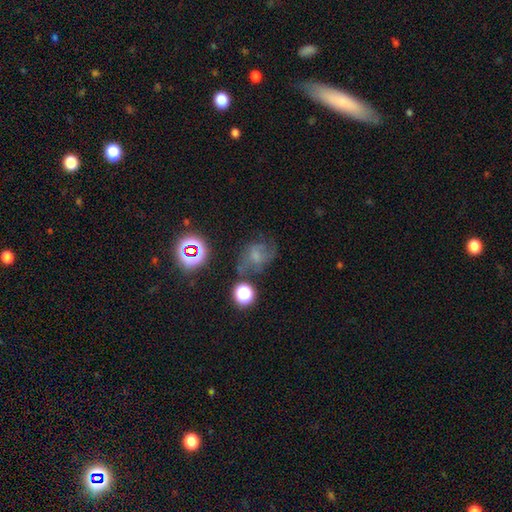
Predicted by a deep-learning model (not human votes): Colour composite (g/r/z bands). It shows a smooth galaxy with no disk features (39%). Merging: none (50%).